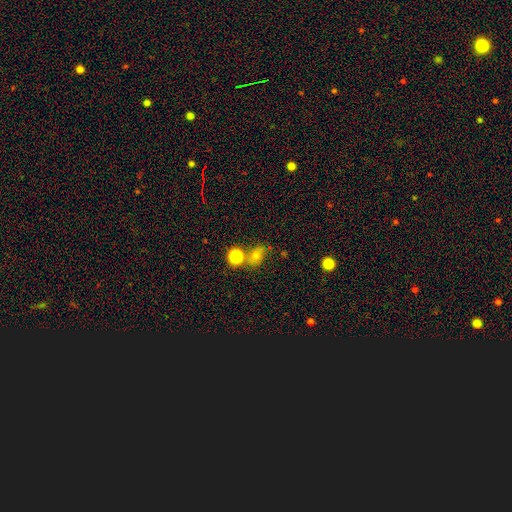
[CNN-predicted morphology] A smooth galaxy with no disk features (71%) that is in between round and cigar-shaped (49%, tied with round). Merging: none (56%).